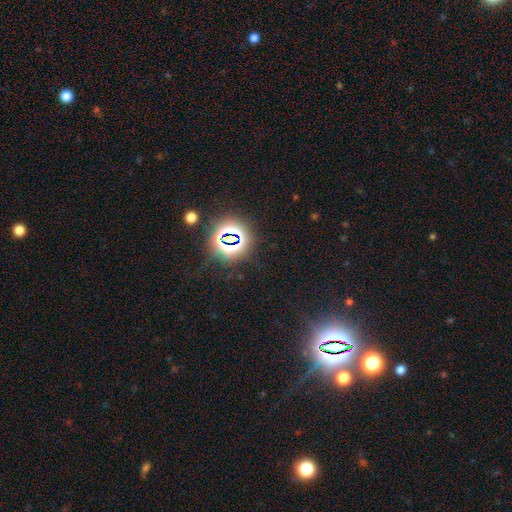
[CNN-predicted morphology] Smooth or featured?
  - star or artifact: 81% *
  - smooth: 11%
  - featured or disk: 8%